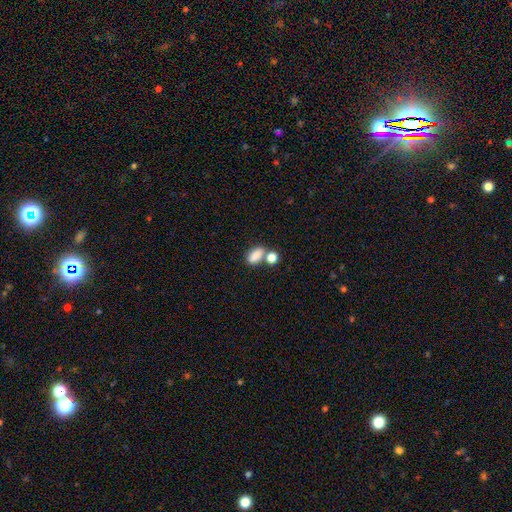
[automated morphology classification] A smooth galaxy with no disk features (84%) that is in between round and cigar-shaped (84%). Merging: none (49%).